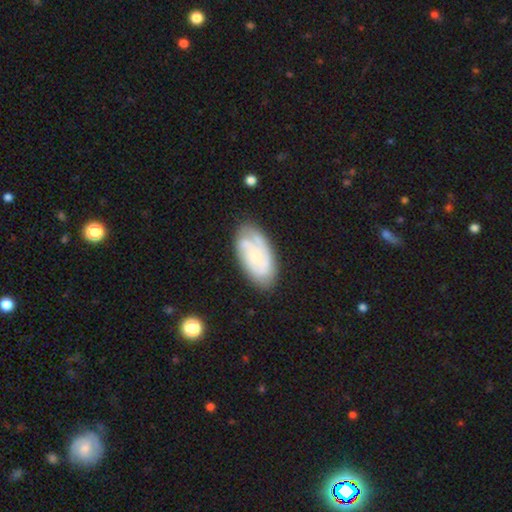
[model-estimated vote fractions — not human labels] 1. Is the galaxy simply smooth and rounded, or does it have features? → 58% featured or disk, 35% smooth, 7% star or artifact.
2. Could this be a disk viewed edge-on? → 95% no, 5% yes.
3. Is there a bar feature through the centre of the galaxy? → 73% no, 23% weak, 4% strong.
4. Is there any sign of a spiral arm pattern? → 84% yes, 16% no.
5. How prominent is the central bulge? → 52% small, 24% none, 18% moderate, 4% large, 2% dominant.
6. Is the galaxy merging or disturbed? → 72% none, 19% minor disturbance, 6% major disturbance, 3% merger.